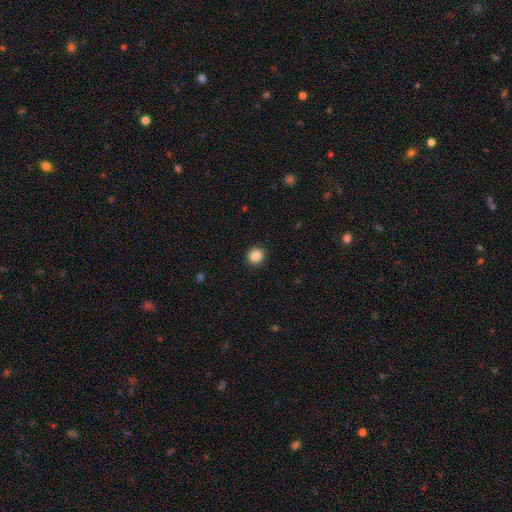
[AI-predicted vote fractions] Smooth or featured?
  - smooth: 87% *
  - star or artifact: 9%
  - featured or disk: 4%
How rounded?
  - round: 90% *
  - in between: 9%
  - cigar-shaped: 1%
Merging?
  - none: 93% *
  - minor disturbance: 5%
  - major disturbance: 2%
  - merger: 1%